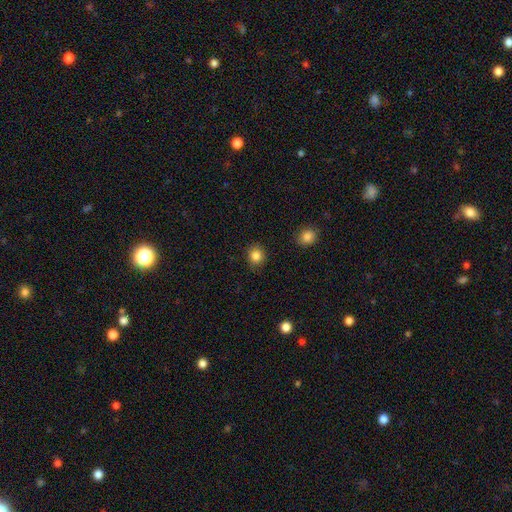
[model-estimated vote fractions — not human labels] smooth_or_featured: smooth (p=0.84) [alt: star or artifact p=0.11]
how_rounded: round (p=0.82) [alt: in between p=0.17]
merging: none (p=0.89) [alt: minor disturbance p=0.07]